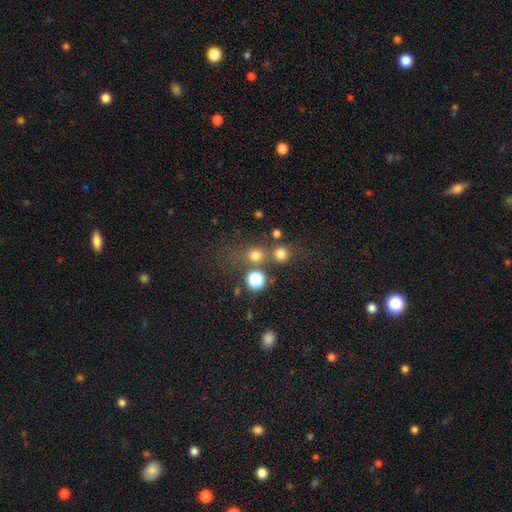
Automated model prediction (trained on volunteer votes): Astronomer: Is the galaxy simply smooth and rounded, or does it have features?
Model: smooth — 70%.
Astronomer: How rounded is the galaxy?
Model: round — 86%.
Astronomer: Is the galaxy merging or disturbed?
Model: none — 63%.